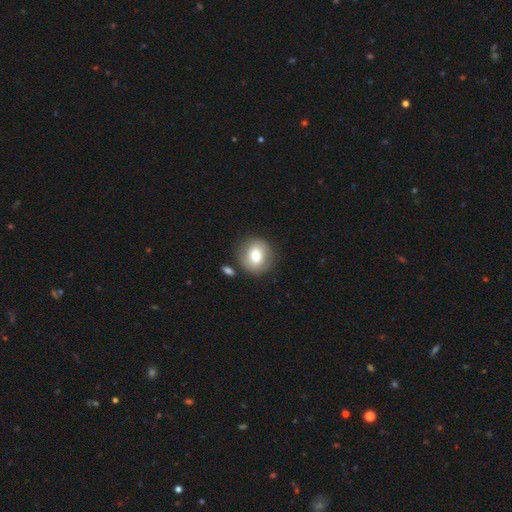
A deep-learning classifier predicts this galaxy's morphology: This is likely a smooth galaxy (74%). How rounded: clearly round (83%). Merging: clearly none (81%).